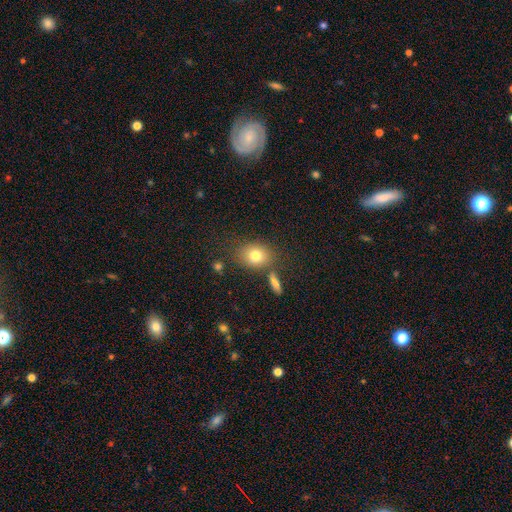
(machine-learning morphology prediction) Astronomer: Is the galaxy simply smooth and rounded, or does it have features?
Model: smooth — 78%.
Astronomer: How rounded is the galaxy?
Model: in between — 53% (runner-up: round, 46%).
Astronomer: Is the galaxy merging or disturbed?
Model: none — 73%.